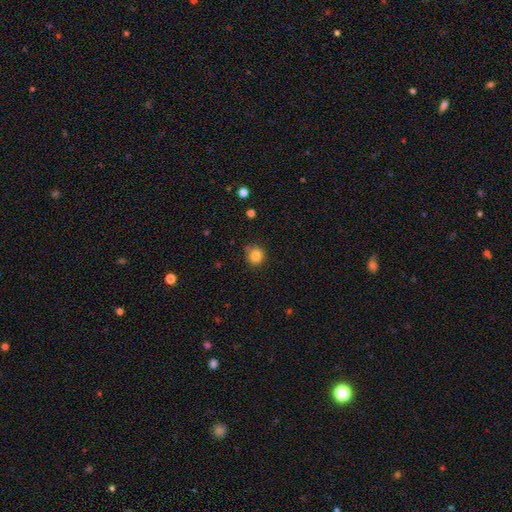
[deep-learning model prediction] This appears to be a smooth galaxy with no disk features (84%) that is round (91%). Merging: none (79%).